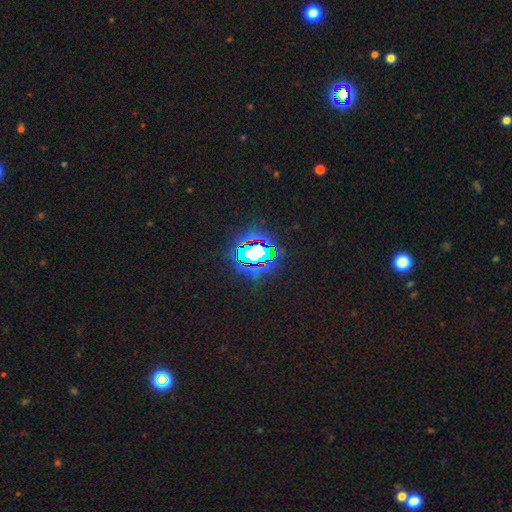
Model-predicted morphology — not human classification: smooth-or-featured: star or artifact: 70% | smooth: 18% | featured or disk: 12%